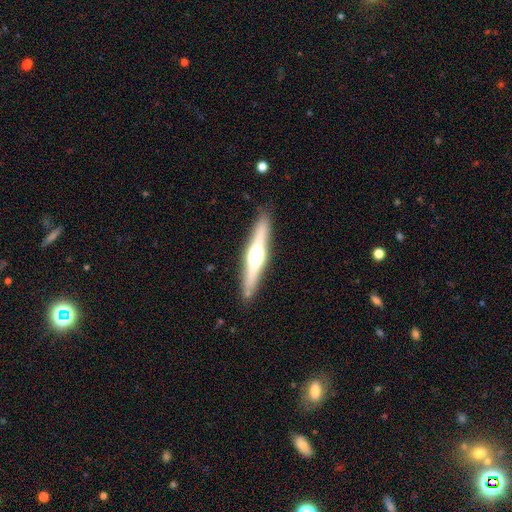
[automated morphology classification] Overall: featured or disk (69%). Edge-on disk: yes (97%). Edge-on bulge: rounded (92%). Merging: none (88%).